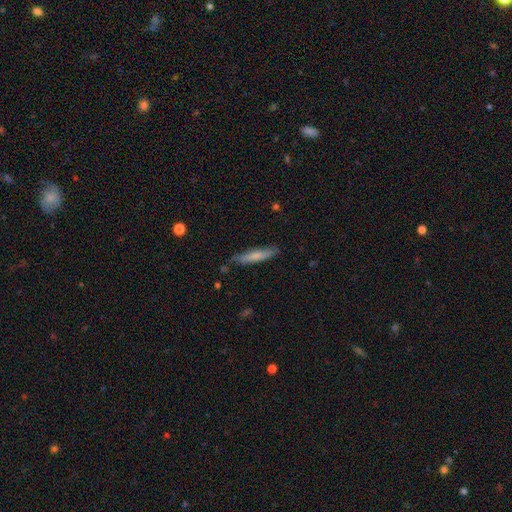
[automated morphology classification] Smooth or featured? Predicted: smooth (p=0.66). How rounded? Predicted: cigar-shaped (p=0.89). Merging? Predicted: none (p=0.78).